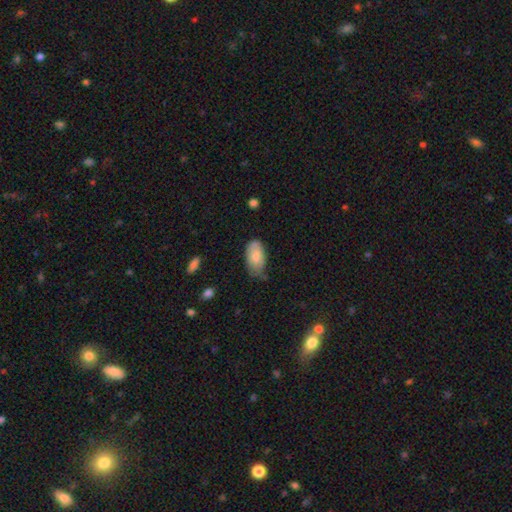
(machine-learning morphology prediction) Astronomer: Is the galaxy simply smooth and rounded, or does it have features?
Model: smooth — 79%.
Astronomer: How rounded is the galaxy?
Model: in between — 95%.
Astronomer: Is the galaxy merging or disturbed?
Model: none — 55% (runner-up: minor disturbance, 36%).